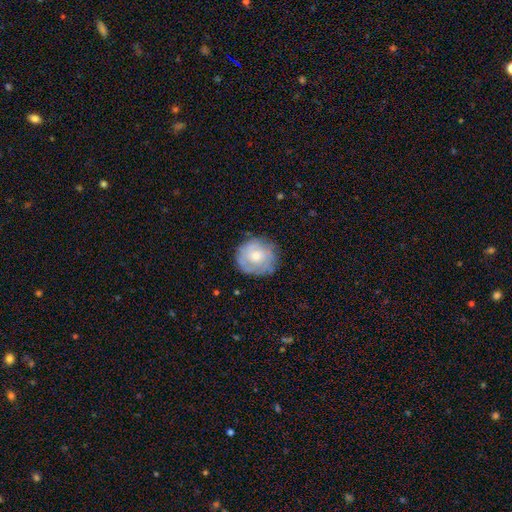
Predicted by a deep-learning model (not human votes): Smooth or featured? Predicted: smooth (p=0.49). Merging? Predicted: none (p=0.75).